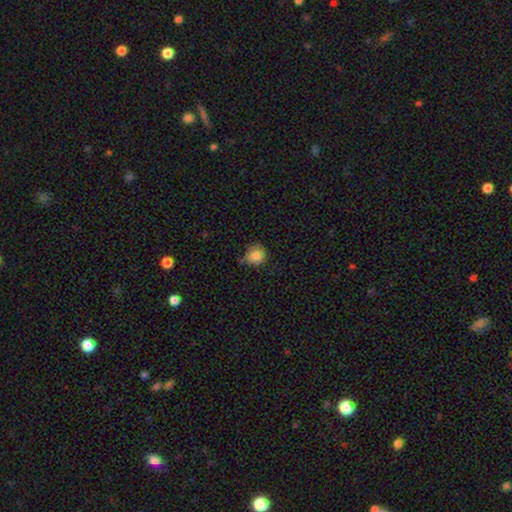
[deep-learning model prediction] Smooth or featured?
  - smooth: 85% *
  - star or artifact: 10%
  - featured or disk: 5%
How rounded?
  - round: 85% *
  - in between: 14%
  - cigar-shaped: 1%
Merging?
  - none: 67% *
  - minor disturbance: 25%
  - major disturbance: 4%
  - merger: 4%